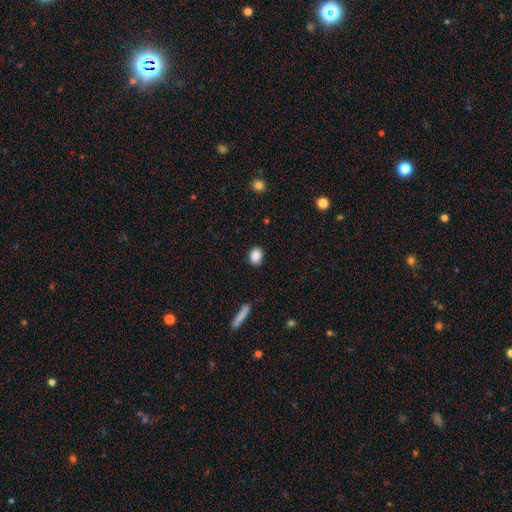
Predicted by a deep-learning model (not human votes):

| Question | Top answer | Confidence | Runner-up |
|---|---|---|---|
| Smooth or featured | smooth | 88% | star or artifact (8%) |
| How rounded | in between | 50% | round (48%) |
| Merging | none | 86% | minor disturbance (10%) |